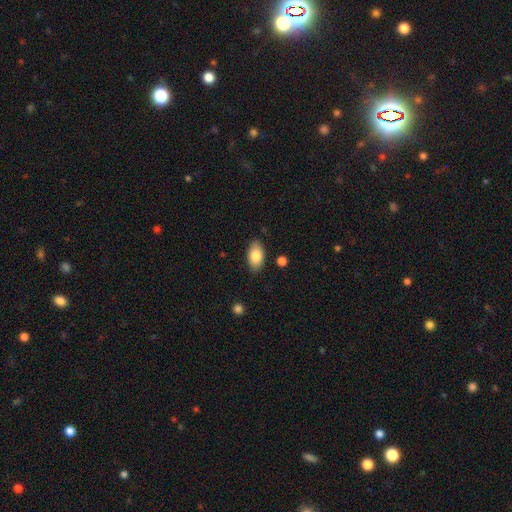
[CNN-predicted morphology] smooth-or-featured: smooth: 82% | featured or disk: 11% | star or artifact: 7%
  how-rounded: in between: 93% | round: 4% | cigar-shaped: 3%
  merging: none: 86% | minor disturbance: 10% | major disturbance: 2% | merger: 2%